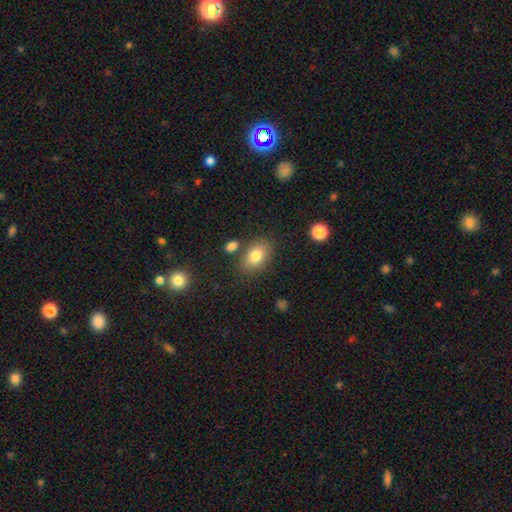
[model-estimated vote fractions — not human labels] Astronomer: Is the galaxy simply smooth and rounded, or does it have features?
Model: smooth — 80%.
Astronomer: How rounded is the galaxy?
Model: in between — 84%.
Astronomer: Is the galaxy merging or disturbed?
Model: none — 76%.